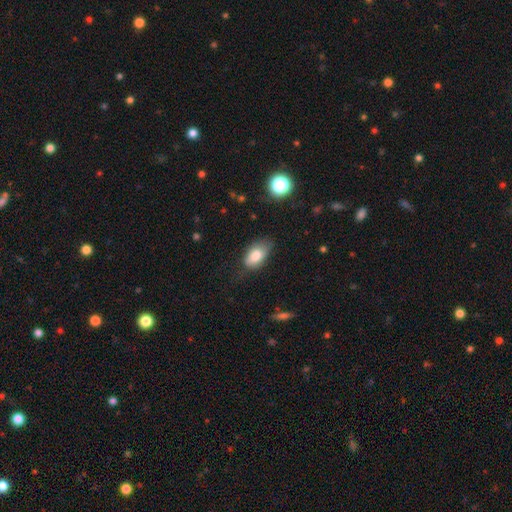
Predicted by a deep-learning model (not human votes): smooth_or_featured: smooth (p=0.80) [alt: featured or disk p=0.12]
how_rounded: in between (p=0.92) [alt: round p=0.06]
merging: none (p=0.59) [alt: minor disturbance p=0.30]